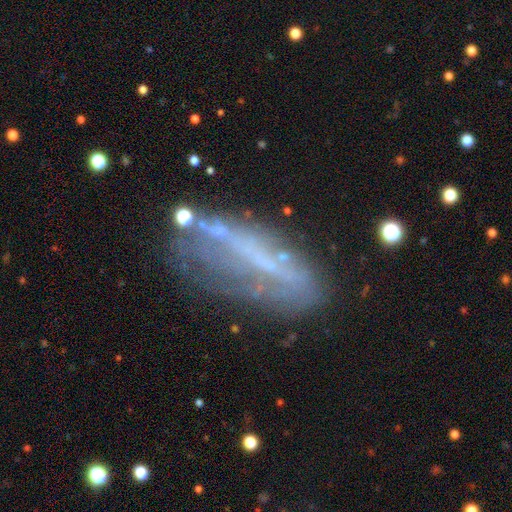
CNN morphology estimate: smooth_or_featured: featured or disk (p=0.57) [alt: smooth p=0.28]
disk_edge_on: no (p=0.70) [alt: yes p=0.30]
merging: none (p=0.53) [alt: minor disturbance p=0.23]